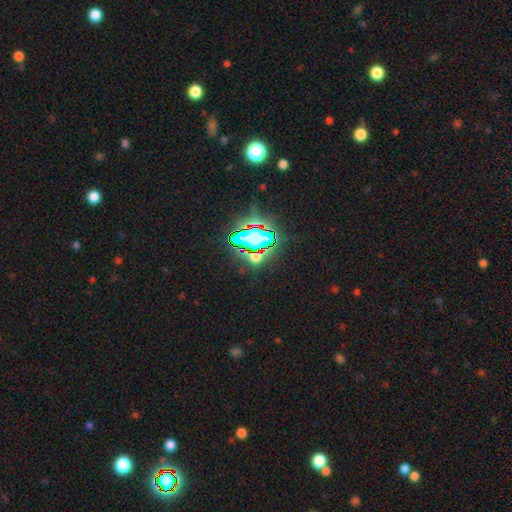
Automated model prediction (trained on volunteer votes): Q: Smooth or featured?
A: star or artifact (66%); runner-up: smooth (22%)